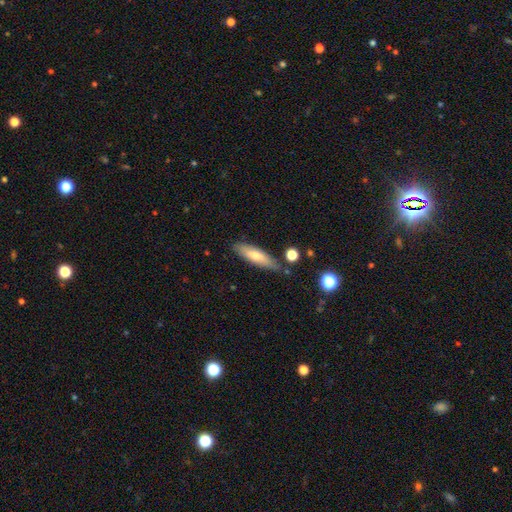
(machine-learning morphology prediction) This appears to be a smooth galaxy with no disk features (65%) that is cigar-shaped (62%). Merging: none (76%).